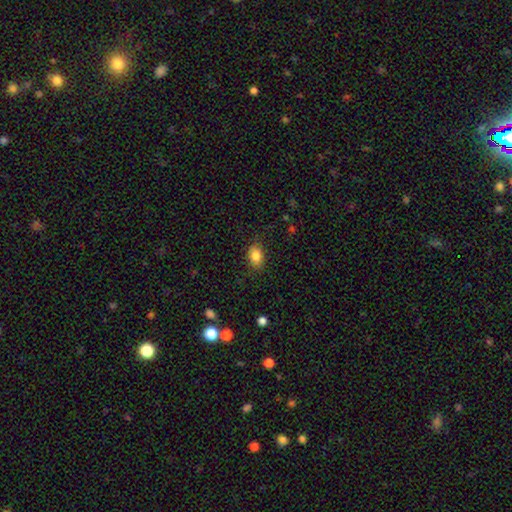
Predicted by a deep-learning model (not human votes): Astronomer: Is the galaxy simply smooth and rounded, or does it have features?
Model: smooth — 83%.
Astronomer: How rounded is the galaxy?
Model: in between — 82%.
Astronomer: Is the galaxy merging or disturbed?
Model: none — 82%.